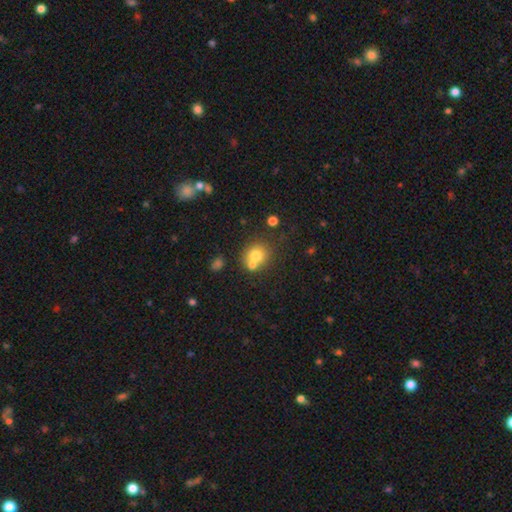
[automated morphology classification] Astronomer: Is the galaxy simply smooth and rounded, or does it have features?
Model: smooth — 73%.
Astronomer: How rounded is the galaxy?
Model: round — 80%.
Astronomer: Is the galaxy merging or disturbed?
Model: none — 46% (runner-up: merger, 40%).